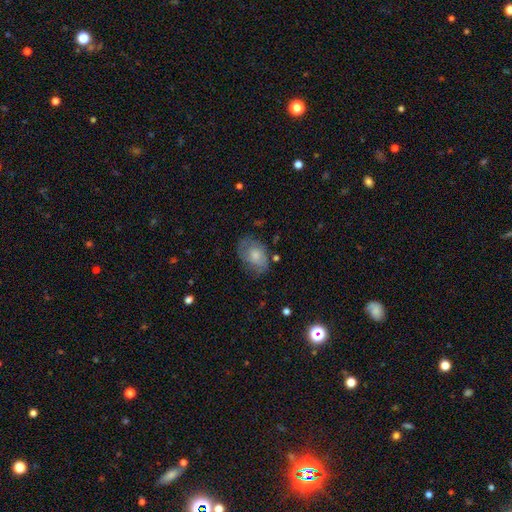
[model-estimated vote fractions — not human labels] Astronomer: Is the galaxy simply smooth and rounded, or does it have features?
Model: smooth — 64%.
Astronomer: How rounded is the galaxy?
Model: in between — 80%.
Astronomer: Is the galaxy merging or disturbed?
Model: none — 57%.